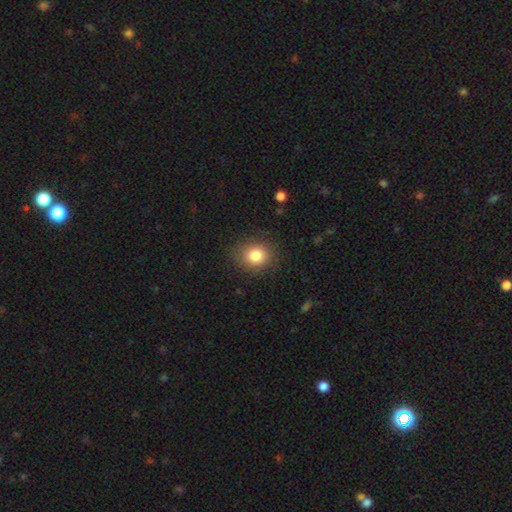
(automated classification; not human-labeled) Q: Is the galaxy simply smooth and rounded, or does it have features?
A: smooth — 83%.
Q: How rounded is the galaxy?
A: round — 76%.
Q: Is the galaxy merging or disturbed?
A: none — 86%.